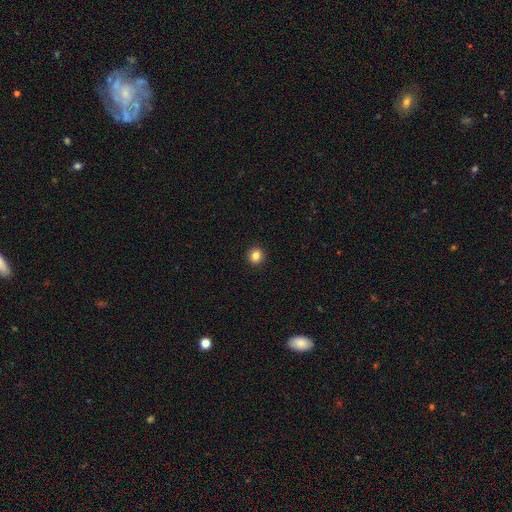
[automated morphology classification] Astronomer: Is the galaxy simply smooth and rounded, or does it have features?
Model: smooth — 84%.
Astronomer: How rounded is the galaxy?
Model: round — 91%.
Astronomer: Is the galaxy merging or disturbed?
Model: none — 93%.